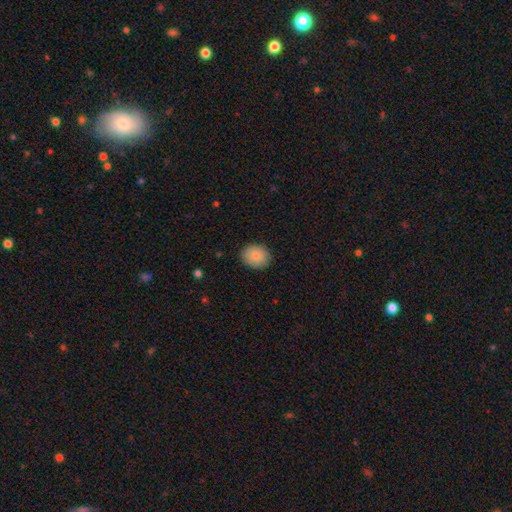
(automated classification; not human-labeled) Q: Smooth or featured?
A: smooth (86%); runner-up: star or artifact (8%)
Q: How rounded?
A: round (59%); runner-up: in between (40%)
Q: Merging?
A: none (88%); runner-up: minor disturbance (9%)